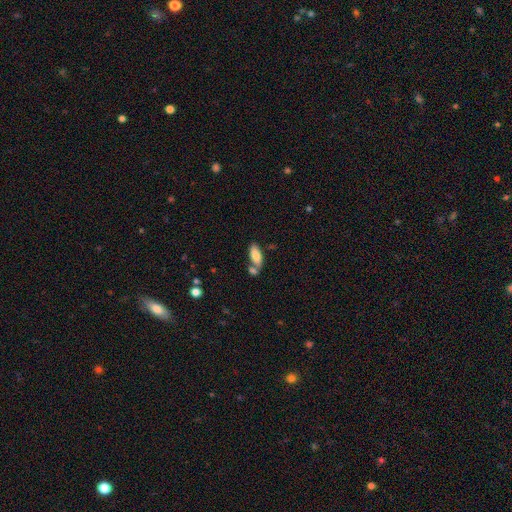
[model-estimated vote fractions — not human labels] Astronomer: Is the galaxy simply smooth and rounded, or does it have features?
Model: smooth — 80%.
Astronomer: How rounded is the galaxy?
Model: in between — 83%.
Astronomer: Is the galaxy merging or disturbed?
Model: none — 52% (runner-up: merger, 31%).